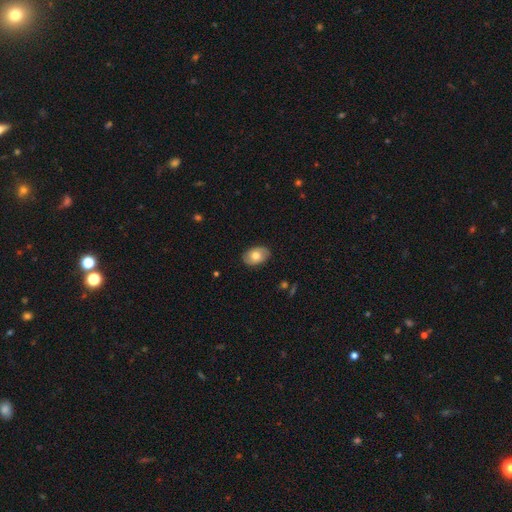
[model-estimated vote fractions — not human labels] Morphology: type=smooth (71%); roundness=in between (86%); merging=none (86%).